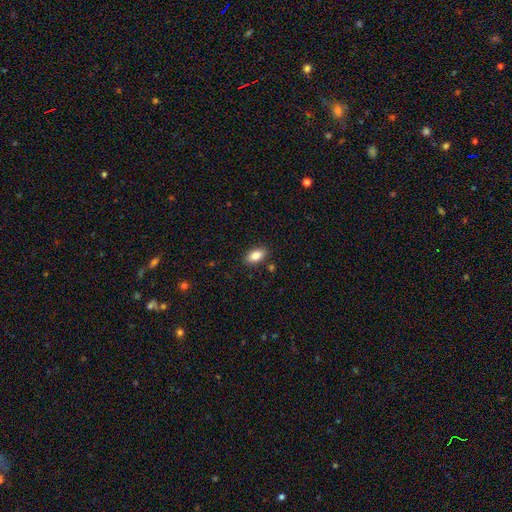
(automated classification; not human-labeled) smooth_or_featured: smooth (p=0.84) [alt: featured or disk p=0.08]
how_rounded: in between (p=0.92) [alt: round p=0.05]
merging: none (p=0.86) [alt: minor disturbance p=0.09]